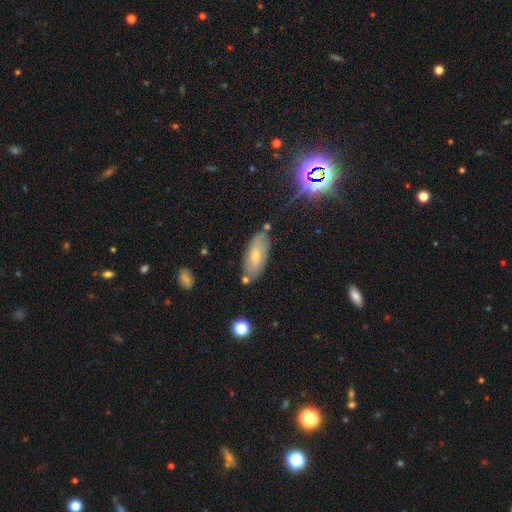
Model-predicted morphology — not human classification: smooth-or-featured: smooth: 52% | featured or disk: 35% | star or artifact: 13%
  how-rounded: in between: 81% | cigar-shaped: 16% | round: 3%
  merging: none: 74% | minor disturbance: 17% | merger: 6% | major disturbance: 4%